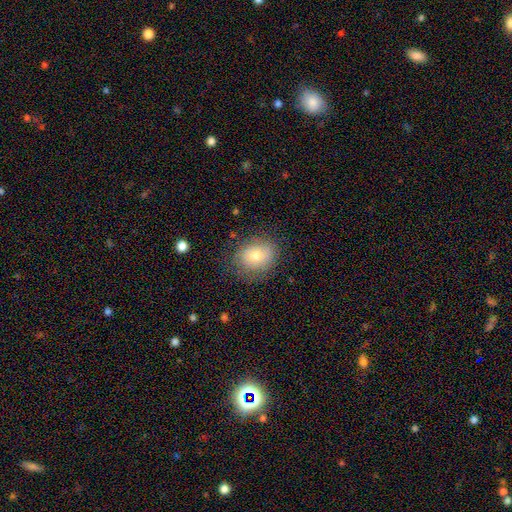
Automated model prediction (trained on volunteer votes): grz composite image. It shows a smooth galaxy with no disk features (64%) that is round (59%). Merging: none (75%).